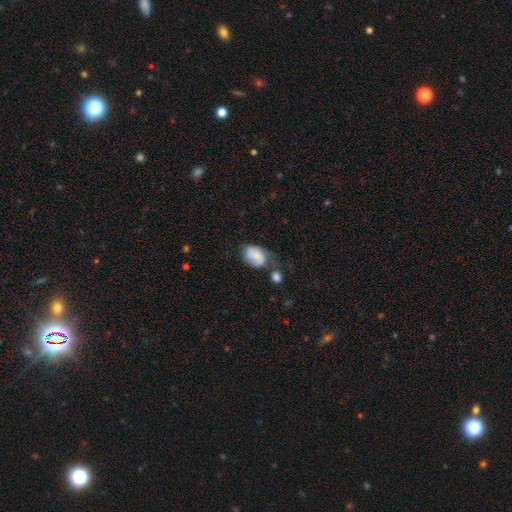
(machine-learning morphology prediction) smooth-or-featured: smooth: 65% | featured or disk: 27% | star or artifact: 9%
  how-rounded: in between: 79% | round: 20% | cigar-shaped: 1%
  merging: none: 39% | minor disturbance: 30% | major disturbance: 16% | merger: 15%